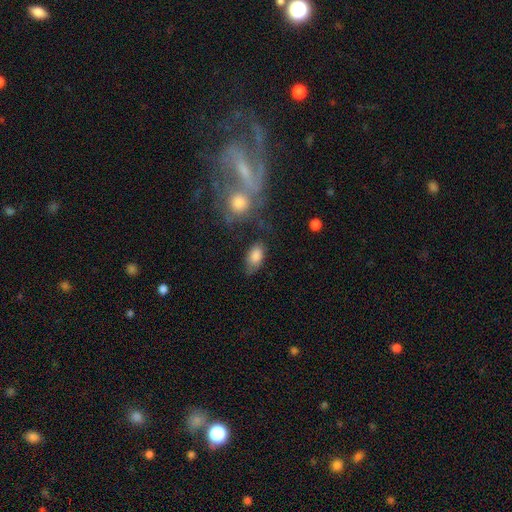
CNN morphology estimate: Smooth or featured: smooth — 83% (featured or disk — 9%)
How rounded: in between — 91% (round — 7%)
Merging: none — 64% (minor disturbance — 24%)